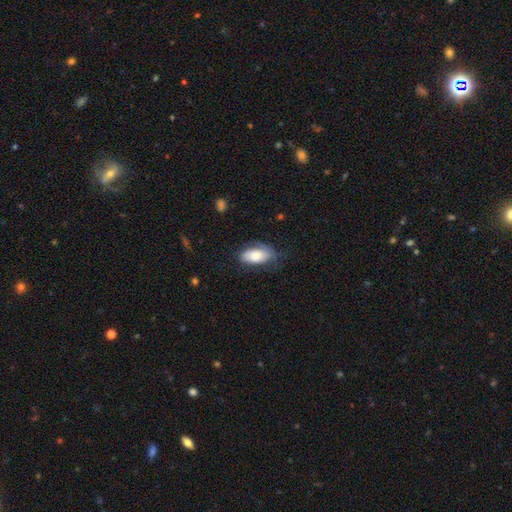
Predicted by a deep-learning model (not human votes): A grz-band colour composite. It shows a smooth galaxy with no disk features (80%) that is in between round and cigar-shaped (93%). Merging: none (62%).